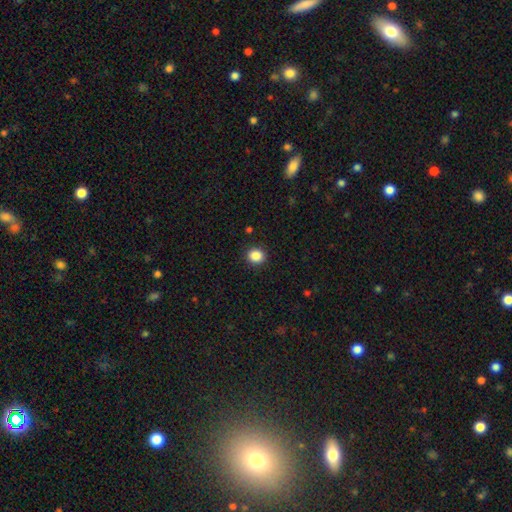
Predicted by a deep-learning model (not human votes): Q: Smooth or featured?
A: smooth (87%); runner-up: star or artifact (10%)
Q: How rounded?
A: round (83%); runner-up: in between (16%)
Q: Merging?
A: none (91%); runner-up: minor disturbance (6%)